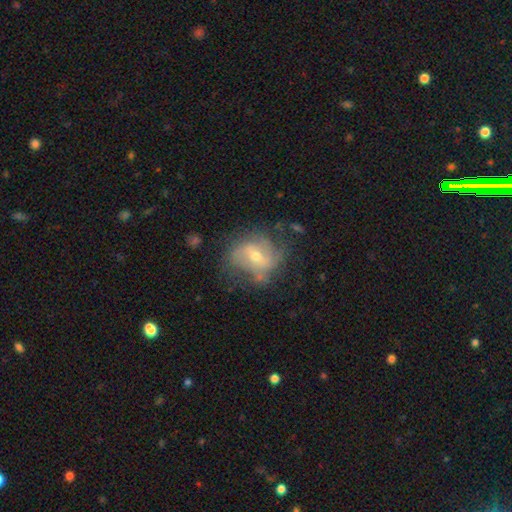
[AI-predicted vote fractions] This appears to be a featured or disk galaxy (73%) with a weak bar (47%), 2 (46%) medium (42%) spiral arms (82%) and a small central bulge (48%, tied with moderate). Merging: none (57%).